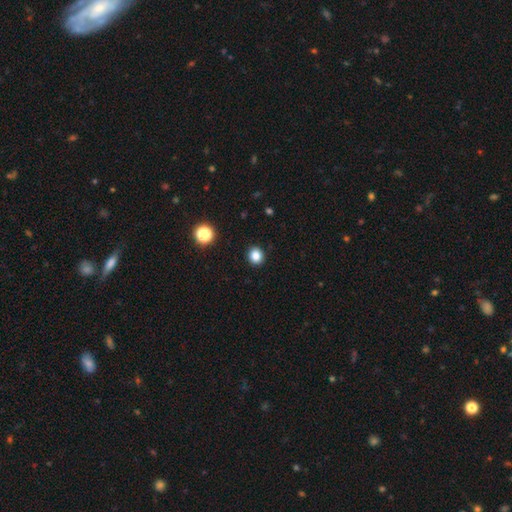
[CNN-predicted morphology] Smooth or featured? smooth (85%)
How rounded? round (81%)
Merging? none (92%)